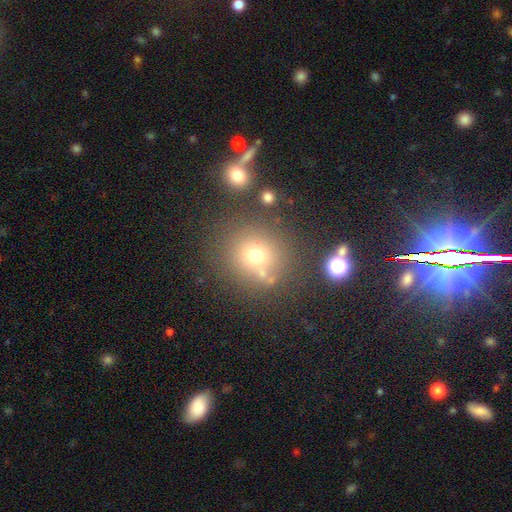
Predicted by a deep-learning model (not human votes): Overall: smooth (67%). How rounded: round (90%). Merging: none (74%).